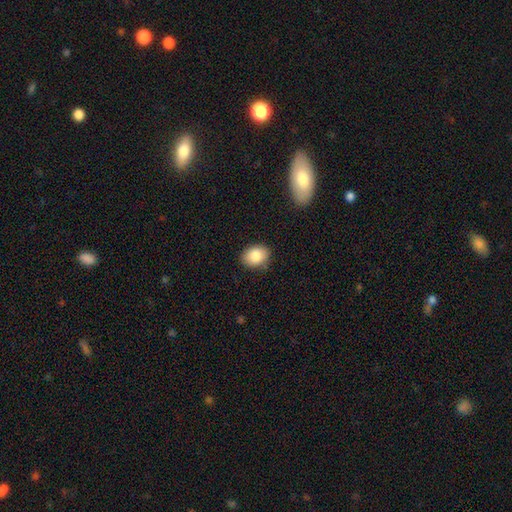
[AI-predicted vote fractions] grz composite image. It shows a smooth galaxy with no disk features (84%) that is in between round and cigar-shaped (64%). Merging: none (85%).